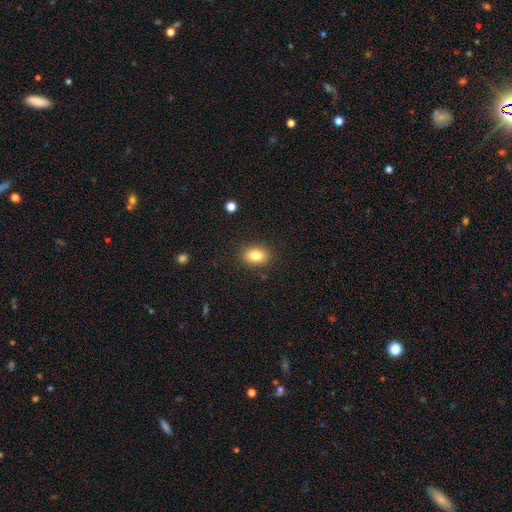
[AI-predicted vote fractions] Morphology: type=smooth (83%); roundness=in between (70%); merging=none (87%).